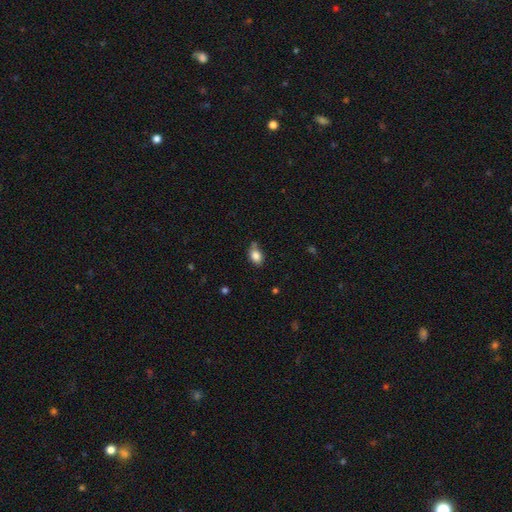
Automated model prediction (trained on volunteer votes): smooth 84%, star or artifact 9%, featured or disk 7%. Down the decision tree: how rounded — in between (68%); merging — none (56%).